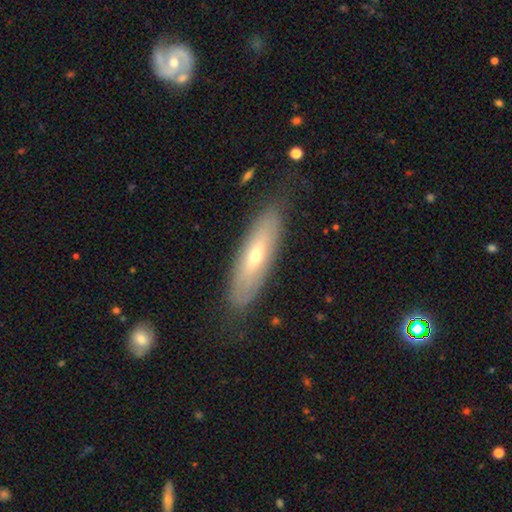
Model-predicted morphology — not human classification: This is possibly a smooth galaxy (46%, tied with featured or disk). Merging: clearly none (81%).